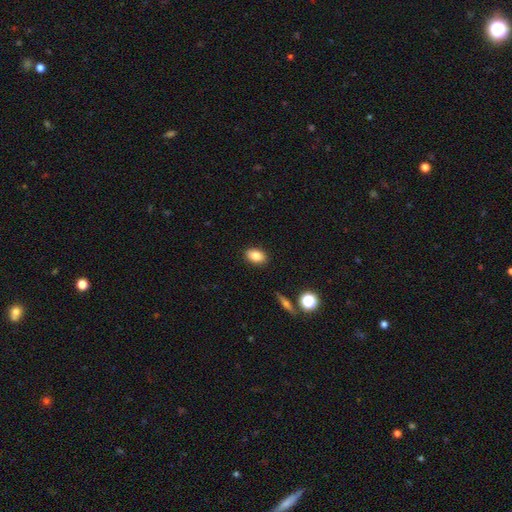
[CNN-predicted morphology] smooth 83%, star or artifact 9%, featured or disk 8%. Down the decision tree: how rounded — in between (85%); merging — none (88%).